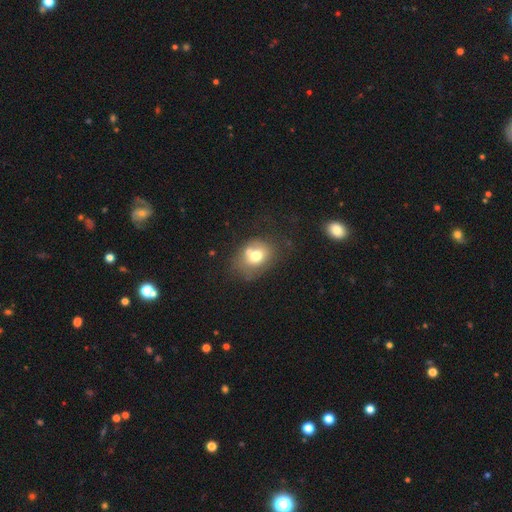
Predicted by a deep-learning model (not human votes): Smooth or featured? Predicted: smooth (p=0.68). How rounded? Predicted: round (p=0.51). Merging? Predicted: none (p=0.43).